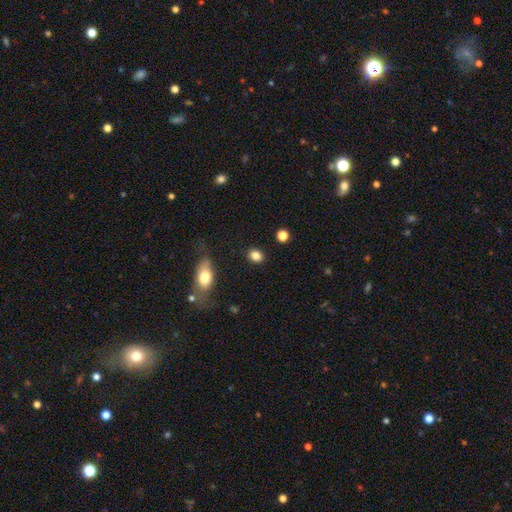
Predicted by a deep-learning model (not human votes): The model was most divided on "how rounded": round: 53%, in between: 45%, cigar-shaped: 2%. More confident: merging — none (87%); smooth or featured — smooth (84%).